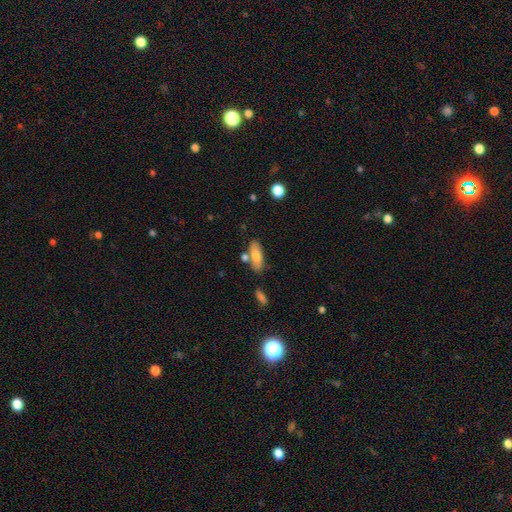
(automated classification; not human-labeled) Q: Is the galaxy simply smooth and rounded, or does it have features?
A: smooth — 76%.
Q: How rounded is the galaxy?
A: in between — 70%.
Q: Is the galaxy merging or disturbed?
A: none — 67%.